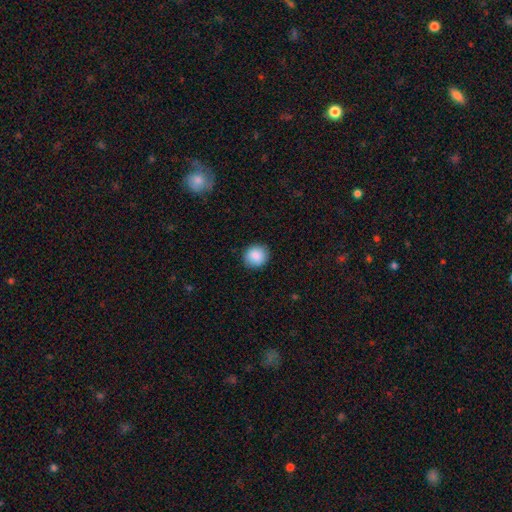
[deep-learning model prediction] Q: Smooth or featured?
A: smooth (88%); runner-up: star or artifact (8%)
Q: How rounded?
A: round (87%); runner-up: in between (12%)
Q: Merging?
A: none (89%); runner-up: minor disturbance (8%)